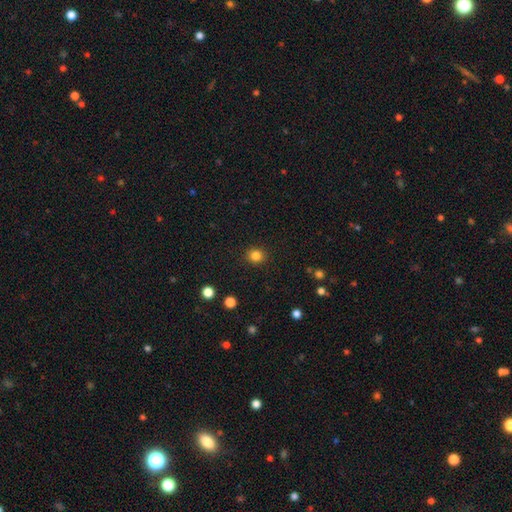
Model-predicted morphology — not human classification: Smooth or featured: smooth — 83% (star or artifact — 13%)
How rounded: round — 89% (in between — 10%)
Merging: none — 91% (minor disturbance — 6%)